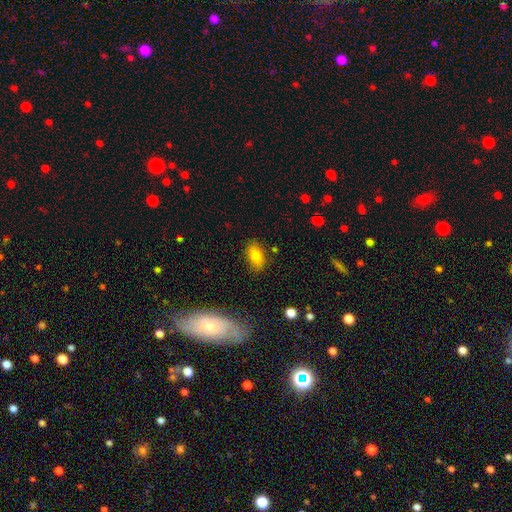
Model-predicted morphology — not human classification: smooth_or_featured: smooth (p=0.79) [alt: featured or disk p=0.11]
how_rounded: in between (p=0.88) [alt: round p=0.09]
merging: none (p=0.83) [alt: minor disturbance p=0.12]